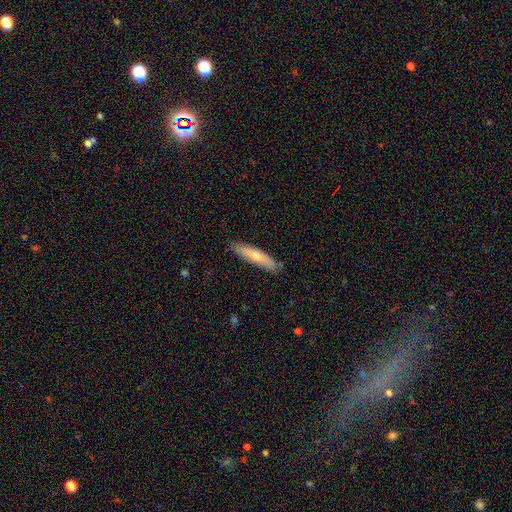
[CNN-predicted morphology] Q: Smooth or featured?
A: smooth (56%); runner-up: featured or disk (38%)
Q: How rounded?
A: cigar-shaped (82%); runner-up: in between (17%)
Q: Merging?
A: none (86%); runner-up: minor disturbance (11%)